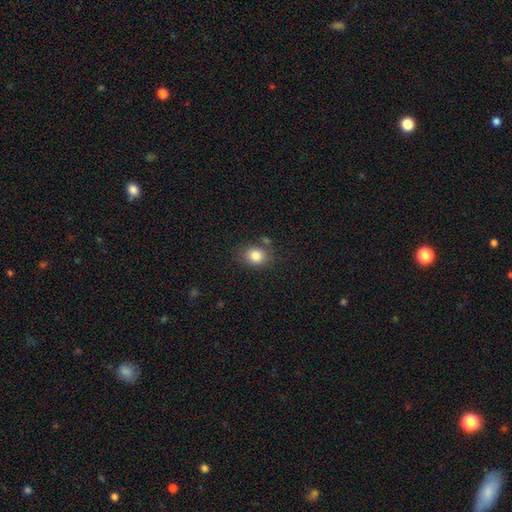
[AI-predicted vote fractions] Q: Smooth or featured?
A: smooth (83%); runner-up: star or artifact (10%)
Q: How rounded?
A: round (57%); runner-up: in between (42%)
Q: Merging?
A: none (74%); runner-up: minor disturbance (14%)